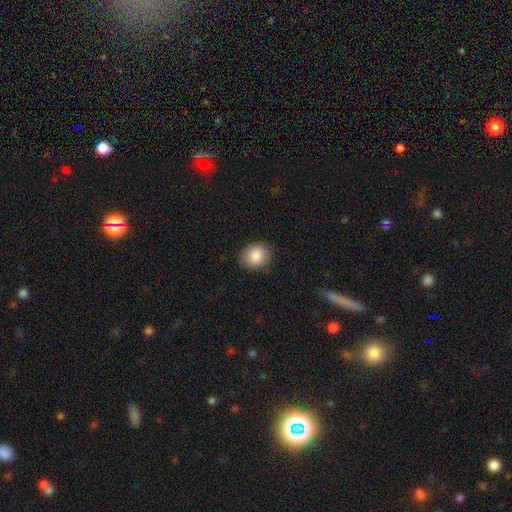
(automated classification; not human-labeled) smooth 88%, star or artifact 8%, featured or disk 5%. Down the decision tree: how rounded — round (64%); merging — none (84%).